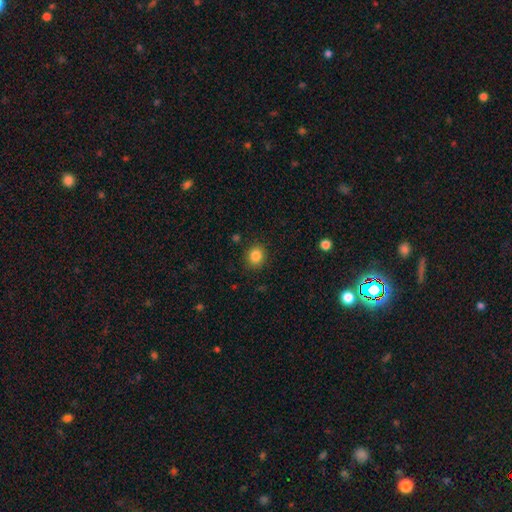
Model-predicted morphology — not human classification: This is clearly a smooth galaxy (85%). How rounded: clearly round (80%). Merging: clearly none (89%).